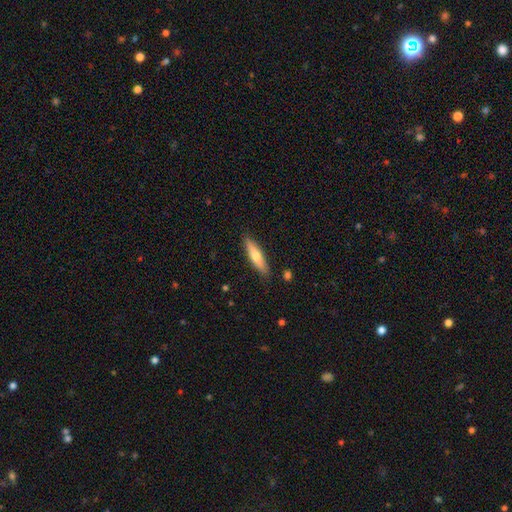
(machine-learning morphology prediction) A smooth galaxy with no disk features (60%) that is cigar-shaped (76%). Merging: none (87%).